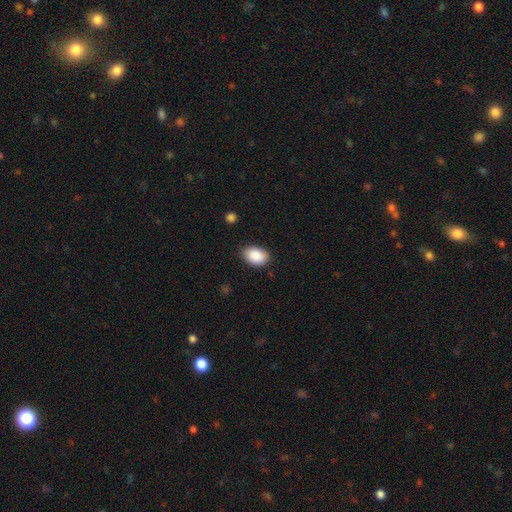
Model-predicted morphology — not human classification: This appears to be a smooth galaxy with no disk features (89%) that is in between round and cigar-shaped (85%). Merging: none (83%).